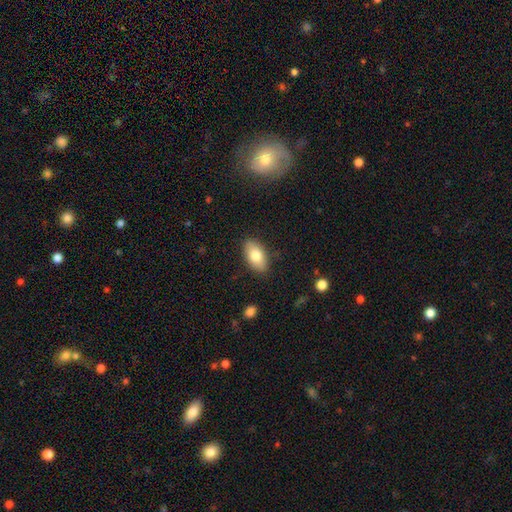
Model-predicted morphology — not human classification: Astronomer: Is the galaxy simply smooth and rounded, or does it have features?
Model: smooth — 77%.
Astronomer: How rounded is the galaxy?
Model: in between — 93%.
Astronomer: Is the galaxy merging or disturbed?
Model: none — 86%.